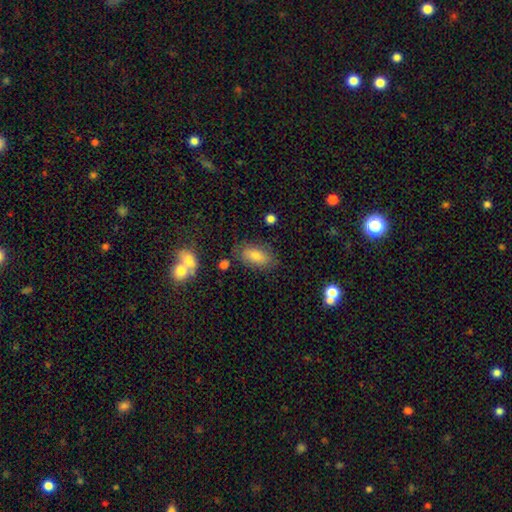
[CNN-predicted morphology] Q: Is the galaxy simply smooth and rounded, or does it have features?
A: smooth — 74%.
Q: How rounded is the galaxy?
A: in between — 89%.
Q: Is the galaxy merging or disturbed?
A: none — 74%.